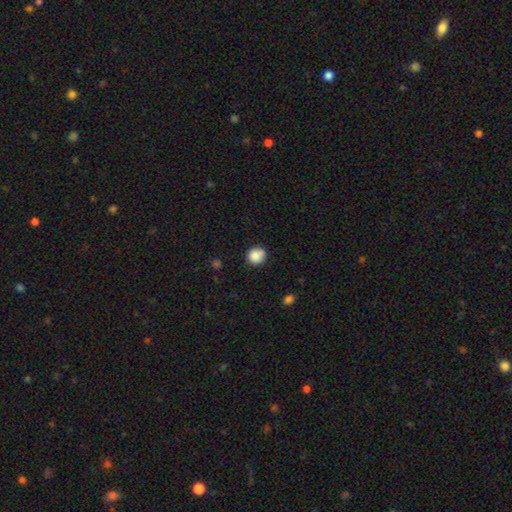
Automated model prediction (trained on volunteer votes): A smooth galaxy with no disk features (86%) that is round (87%). Merging: none (73%).